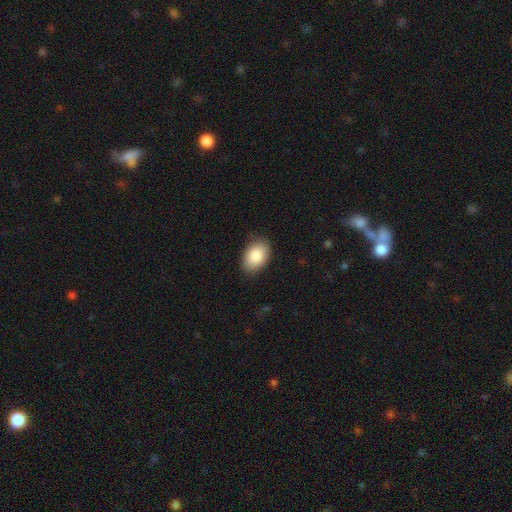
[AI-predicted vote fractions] Q: Smooth or featured?
A: smooth (87%); runner-up: featured or disk (6%)
Q: How rounded?
A: in between (89%); runner-up: round (10%)
Q: Merging?
A: none (87%); runner-up: minor disturbance (10%)